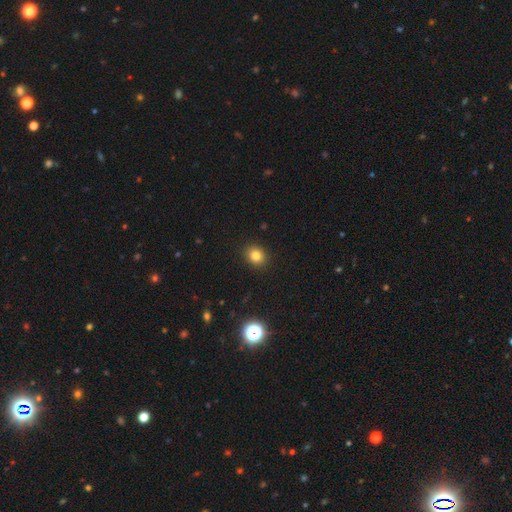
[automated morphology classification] Smooth or featured? Predicted: smooth (p=0.81). How rounded? Predicted: round (p=0.67). Merging? Predicted: none (p=0.91).